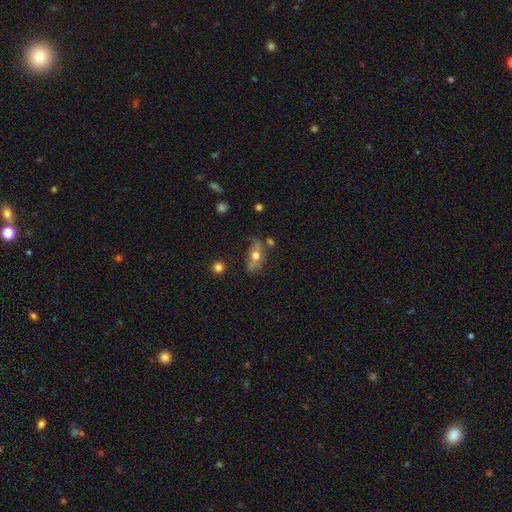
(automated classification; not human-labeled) Smooth or featured?
  - smooth: 57% *
  - featured or disk: 33%
  - star or artifact: 10%
How rounded?
  - in between: 77% *
  - round: 17%
  - cigar-shaped: 6%
Merging?
  - none: 45% *
  - minor disturbance: 28%
  - major disturbance: 16%
  - merger: 12%